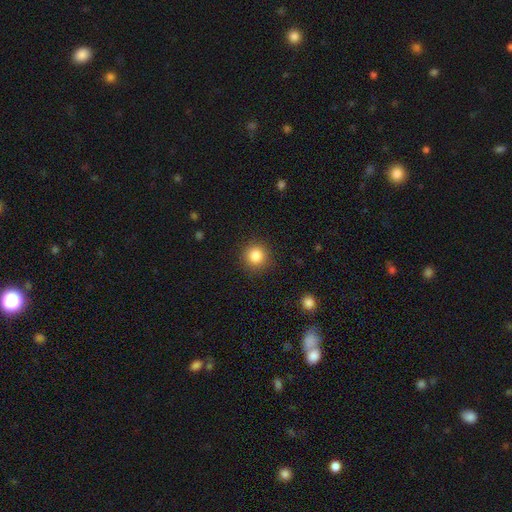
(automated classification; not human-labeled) Smooth or featured? Predicted: smooth (p=0.85). How rounded? Predicted: round (p=0.94). Merging? Predicted: none (p=0.90).